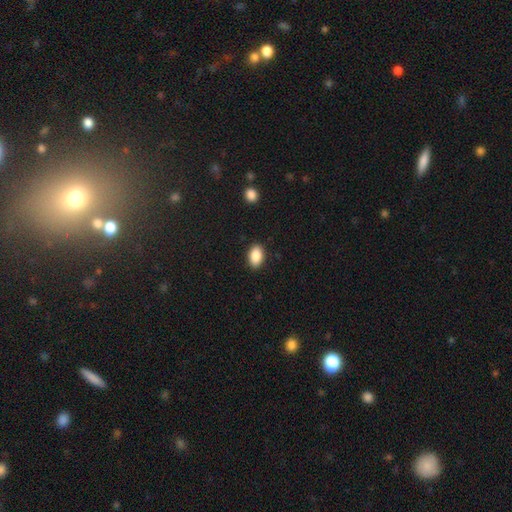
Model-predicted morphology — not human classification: Overall: smooth (88%). How rounded: in between (90%). Merging: none (89%).